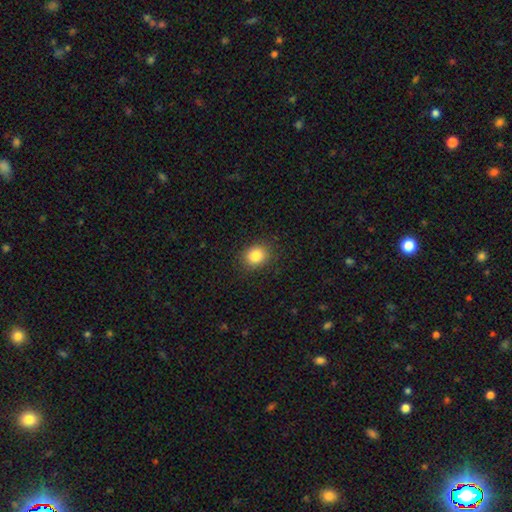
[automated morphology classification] Smooth or featured? smooth (84%)
How rounded? round (61%)
Merging? none (88%)